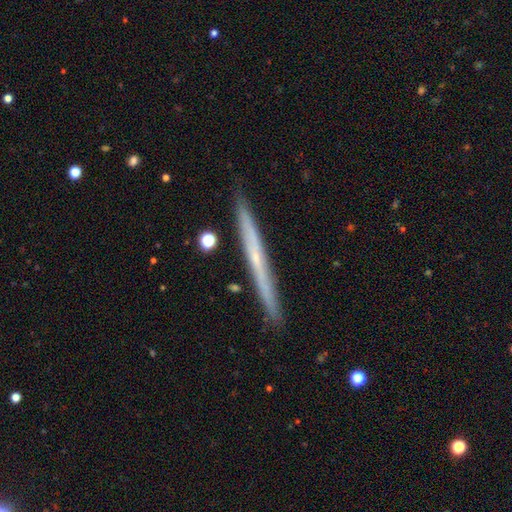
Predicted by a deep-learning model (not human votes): Morphology: type=featured or disk (59%); edge-on=yes (97%); edge-on bulge=none (76%); merging=none (90%).